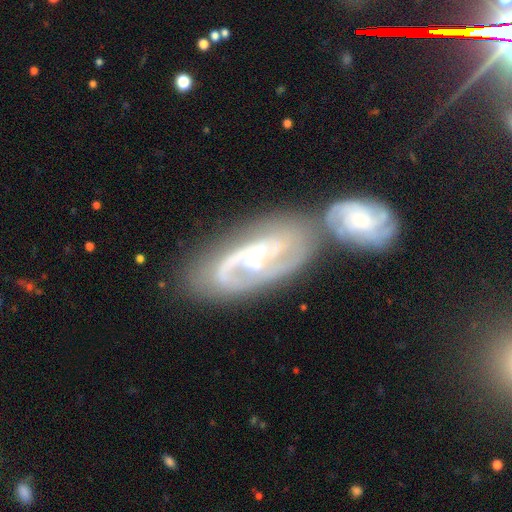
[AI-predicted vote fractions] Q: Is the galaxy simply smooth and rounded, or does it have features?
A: featured or disk — 85%.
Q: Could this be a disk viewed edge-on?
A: no — 95%.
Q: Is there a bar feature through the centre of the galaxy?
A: no — 58%.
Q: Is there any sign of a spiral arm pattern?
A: yes — 93%.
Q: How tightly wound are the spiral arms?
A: tight — 42%.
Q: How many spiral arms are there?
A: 2 — 41%.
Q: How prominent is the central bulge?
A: small — 69%.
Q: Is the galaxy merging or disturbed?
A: merger — 53%.